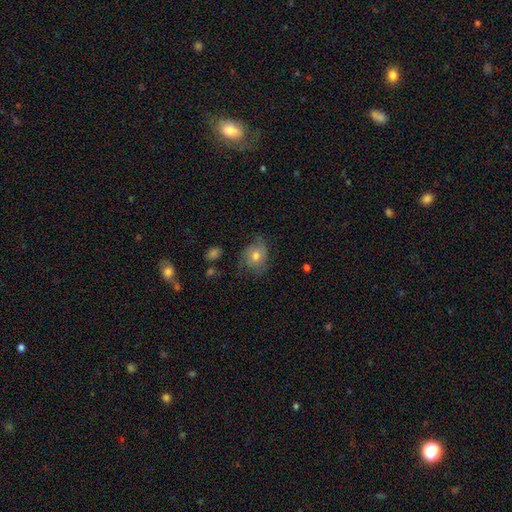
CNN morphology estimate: Smooth or featured? Predicted: smooth (p=0.64). How rounded? Predicted: round (p=0.53). Merging? Predicted: none (p=0.54).